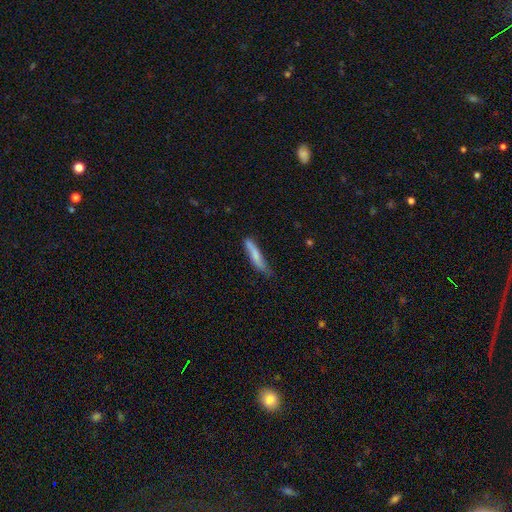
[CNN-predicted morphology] This is likely a smooth galaxy (72%). How rounded: clearly cigar-shaped (90%). Merging: likely none (65%).